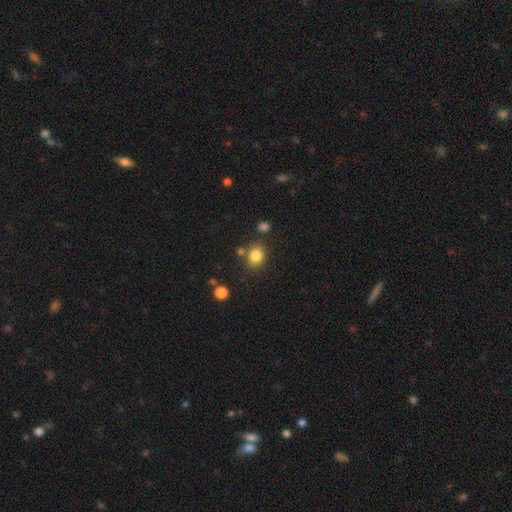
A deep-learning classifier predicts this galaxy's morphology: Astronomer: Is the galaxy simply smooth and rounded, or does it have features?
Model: smooth — 83%.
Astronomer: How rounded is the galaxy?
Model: round — 56% (runner-up: in between, 43%).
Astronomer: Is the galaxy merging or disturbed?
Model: none — 74%.